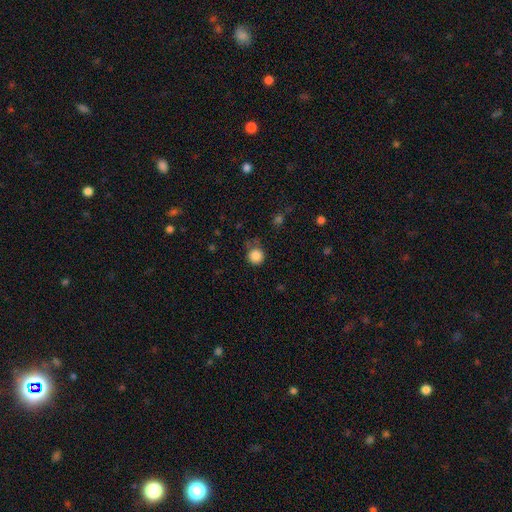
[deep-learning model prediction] Smooth or featured? Predicted: smooth (p=0.86). How rounded? Predicted: round (p=0.93). Merging? Predicted: none (p=0.70).